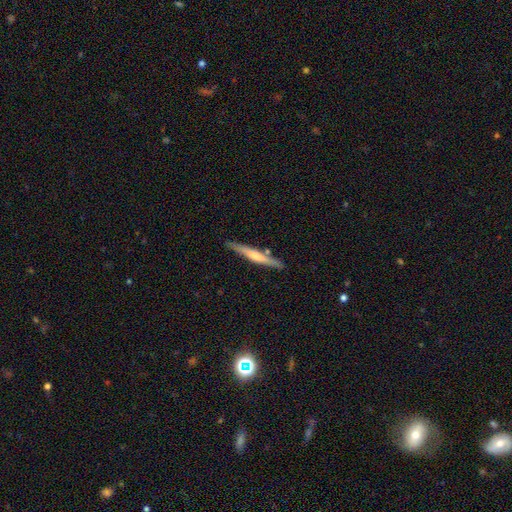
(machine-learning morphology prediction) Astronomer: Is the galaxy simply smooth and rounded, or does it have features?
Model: smooth — 48% (runner-up: featured or disk, 47%).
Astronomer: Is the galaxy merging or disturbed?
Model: none — 84%.